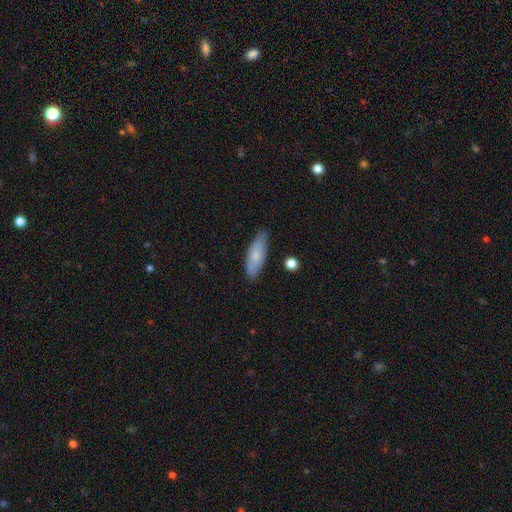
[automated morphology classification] Smooth or featured?
  - smooth: 73% *
  - featured or disk: 21%
  - star or artifact: 6%
How rounded?
  - in between: 50% *
  - cigar-shaped: 48%
  - round: 2%
Merging?
  - none: 83% *
  - minor disturbance: 13%
  - major disturbance: 2%
  - merger: 2%